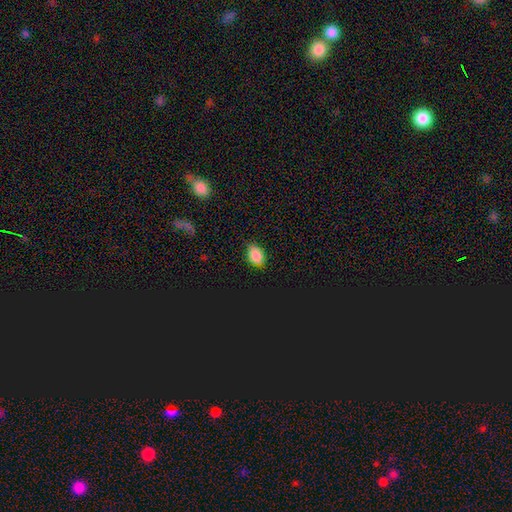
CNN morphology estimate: smooth_or_featured: smooth (p=0.81) [alt: star or artifact p=0.13]
how_rounded: in between (p=0.77) [alt: round p=0.22]
merging: none (p=0.77) [alt: minor disturbance p=0.19]